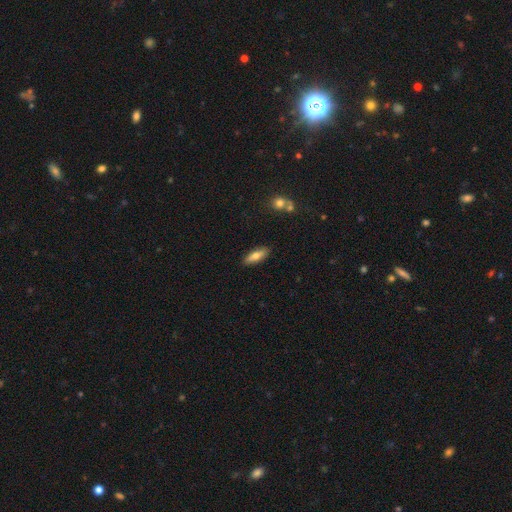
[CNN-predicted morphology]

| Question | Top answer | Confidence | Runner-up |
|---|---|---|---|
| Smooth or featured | smooth | 70% | featured or disk (23%) |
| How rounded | in between | 54% | cigar-shaped (43%) |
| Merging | none | 88% | minor disturbance (9%) |